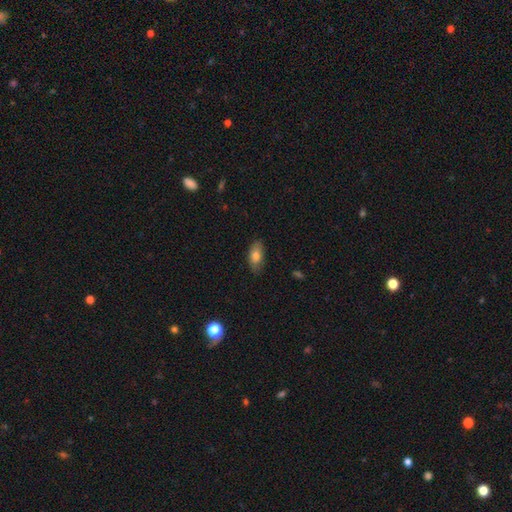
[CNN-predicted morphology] Q: Smooth or featured?
A: smooth (79%); runner-up: featured or disk (14%)
Q: How rounded?
A: in between (89%); runner-up: cigar-shaped (8%)
Q: Merging?
A: none (81%); runner-up: minor disturbance (15%)